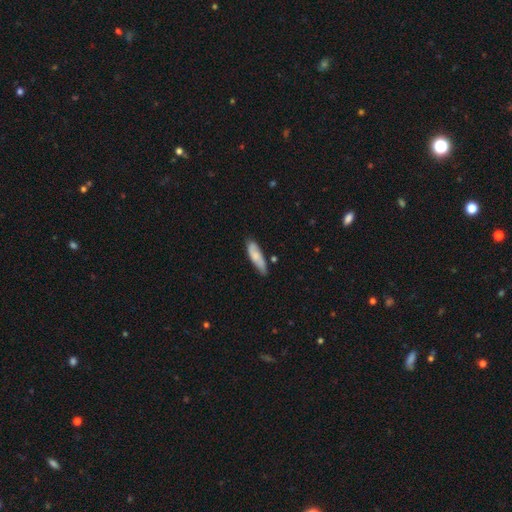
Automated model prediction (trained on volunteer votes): This is likely a smooth galaxy (70%). How rounded: possibly cigar-shaped (58%). Merging: likely none (73%).